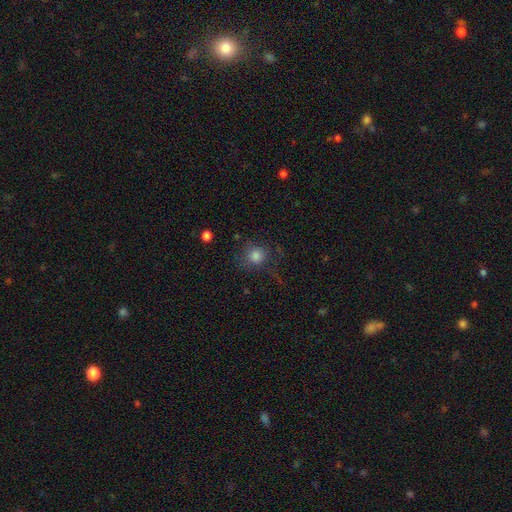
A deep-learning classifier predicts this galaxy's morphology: Overall: smooth (76%). How rounded: round (86%). Merging: none (66%).